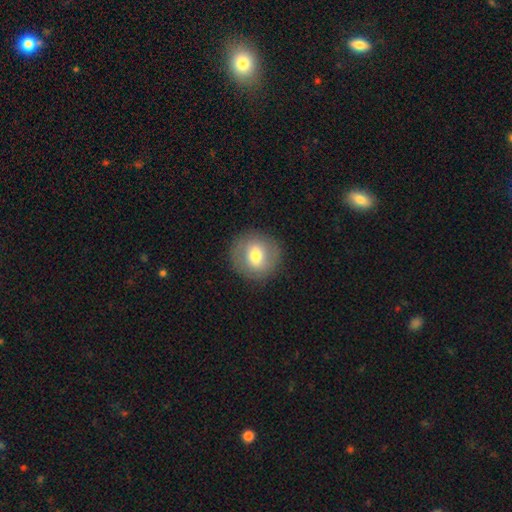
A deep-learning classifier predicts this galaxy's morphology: Smooth or featured: smooth — 65% (featured or disk — 27%)
How rounded: round — 89% (in between — 10%)
Merging: none — 87% (minor disturbance — 8%)